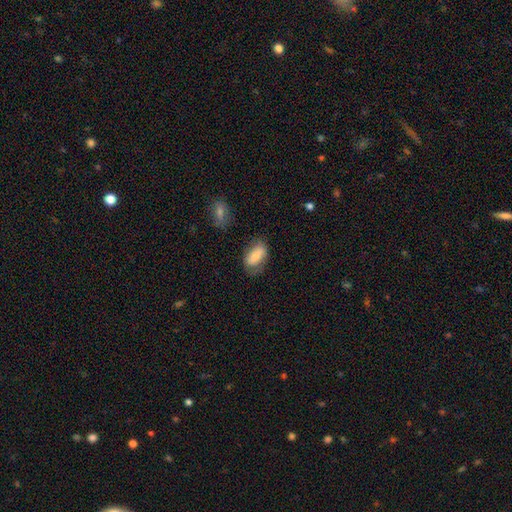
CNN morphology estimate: Smooth or featured: smooth — 68% (featured or disk — 25%)
How rounded: in between — 90% (round — 5%)
Merging: none — 65% (minor disturbance — 24%)